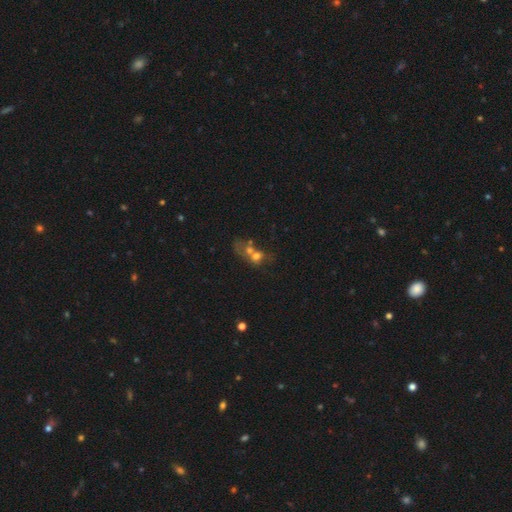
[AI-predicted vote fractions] Smooth or featured? smooth (52%)
How rounded? round (58%)
Merging? merger (67%)